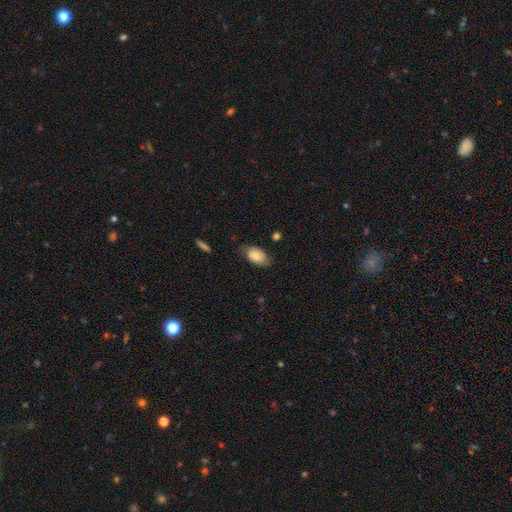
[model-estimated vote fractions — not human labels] Smooth or featured? smooth (74%)
How rounded? in between (92%)
Merging? none (69%)